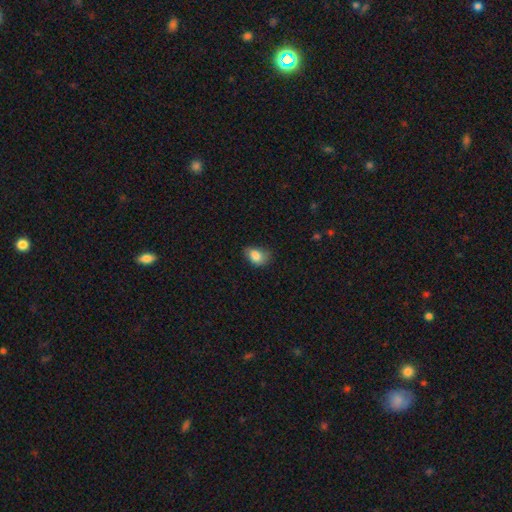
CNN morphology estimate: Smooth or featured? smooth (83%)
How rounded? in between (78%)
Merging? none (50%)